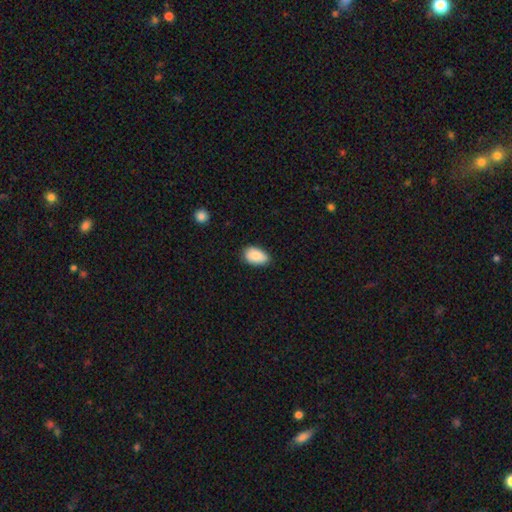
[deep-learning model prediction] smooth_or_featured: smooth (p=0.89) [alt: star or artifact p=0.07]
how_rounded: in between (p=0.92) [alt: round p=0.07]
merging: none (p=0.74) [alt: minor disturbance p=0.22]